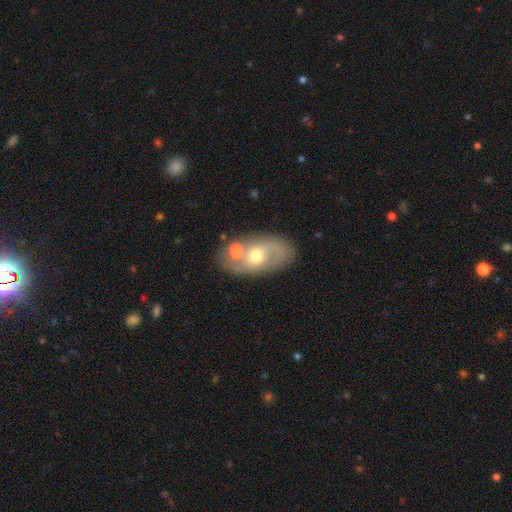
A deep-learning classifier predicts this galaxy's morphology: Smooth or featured? Predicted: featured or disk (p=0.53). Edge-on disk? Predicted: no (p=0.92). Merging? Predicted: none (p=0.51).